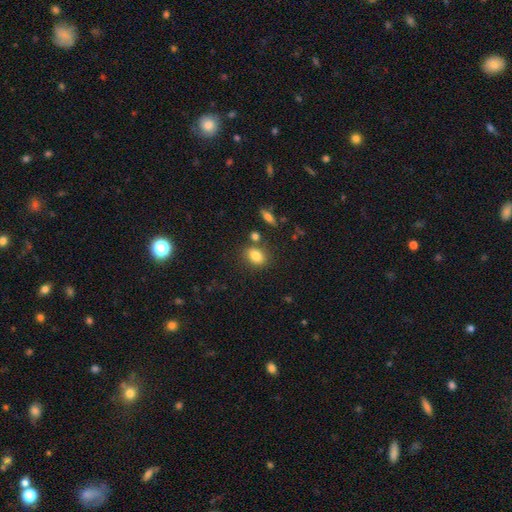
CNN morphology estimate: The model was most divided on "how rounded": in between: 71%, round: 27%, cigar-shaped: 2%. More confident: smooth or featured — smooth (82%); merging — none (74%).